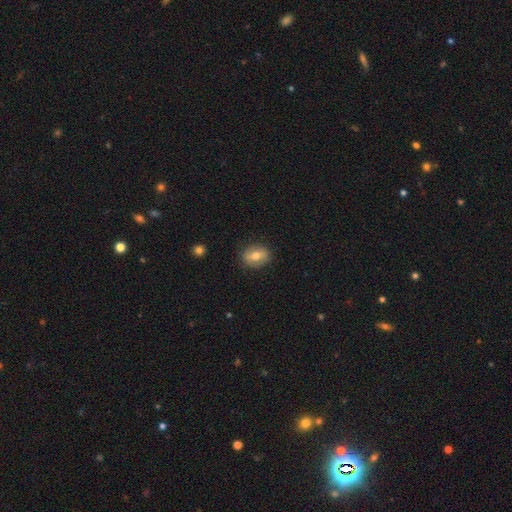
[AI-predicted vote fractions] Smooth or featured? smooth (67%)
How rounded? in between (68%)
Merging? none (86%)